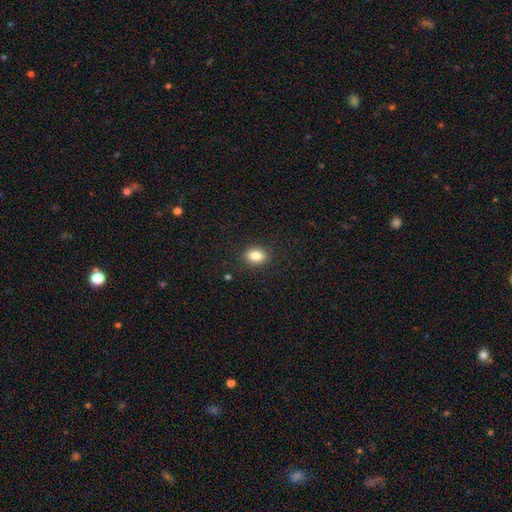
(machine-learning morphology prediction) Q: Smooth or featured?
A: smooth (84%); runner-up: star or artifact (9%)
Q: How rounded?
A: in between (66%); runner-up: round (33%)
Q: Merging?
A: none (88%); runner-up: minor disturbance (8%)